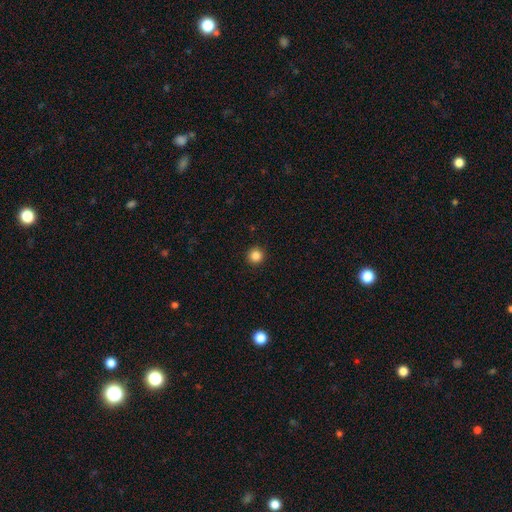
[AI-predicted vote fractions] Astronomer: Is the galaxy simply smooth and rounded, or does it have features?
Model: smooth — 85%.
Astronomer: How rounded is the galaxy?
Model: round — 96%.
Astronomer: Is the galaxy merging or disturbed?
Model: none — 93%.